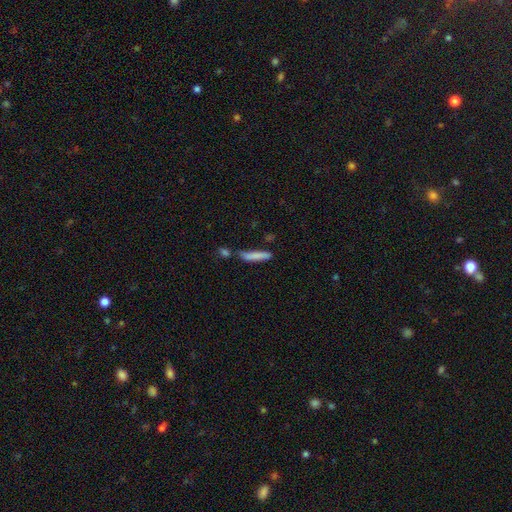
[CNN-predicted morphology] Smooth or featured?
  - smooth: 79% *
  - featured or disk: 14%
  - star or artifact: 7%
How rounded?
  - cigar-shaped: 88% *
  - in between: 10%
  - round: 2%
Merging?
  - none: 56% *
  - merger: 20%
  - minor disturbance: 19%
  - major disturbance: 6%